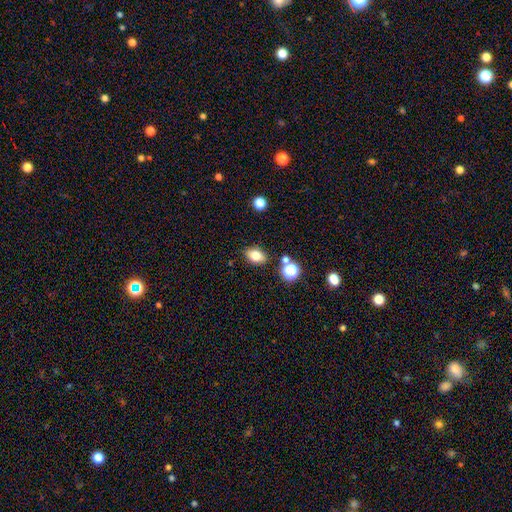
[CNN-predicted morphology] Smooth or featured? smooth (78%)
How rounded? in between (78%)
Merging? none (81%)